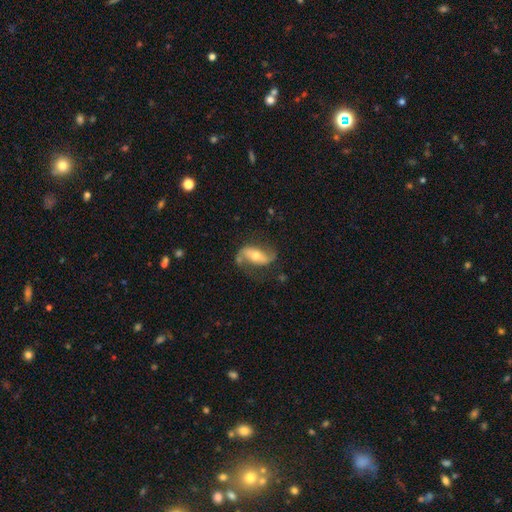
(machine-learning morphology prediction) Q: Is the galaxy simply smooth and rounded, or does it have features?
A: featured or disk — 72%.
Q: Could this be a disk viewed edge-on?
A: no — 91%.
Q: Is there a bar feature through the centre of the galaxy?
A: strong — 38%.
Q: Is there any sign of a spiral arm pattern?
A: yes — 88%.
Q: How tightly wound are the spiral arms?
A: loose — 56%.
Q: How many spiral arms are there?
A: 2 — 88%.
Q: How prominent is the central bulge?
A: moderate — 65%.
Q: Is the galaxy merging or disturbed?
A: none — 65%.